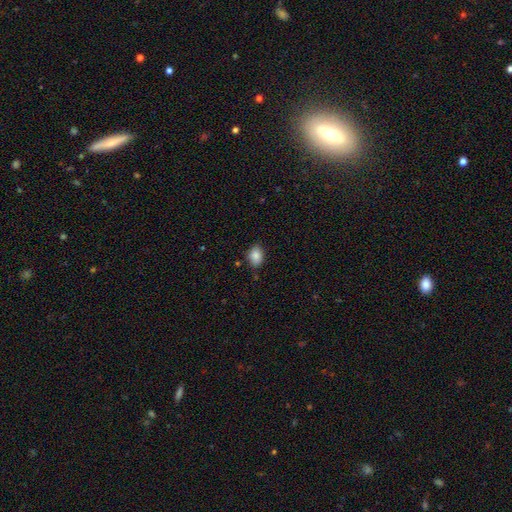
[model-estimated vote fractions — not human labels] Smooth or featured?
  - smooth: 85% *
  - star or artifact: 9%
  - featured or disk: 6%
How rounded?
  - in between: 73% *
  - round: 26%
  - cigar-shaped: 1%
Merging?
  - none: 79% *
  - minor disturbance: 16%
  - major disturbance: 3%
  - merger: 2%